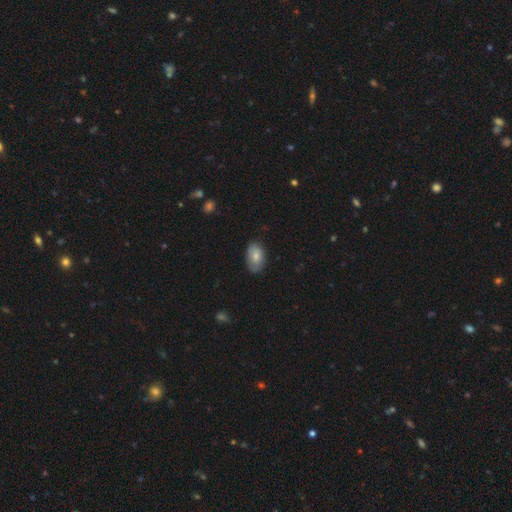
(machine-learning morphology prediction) The model was most divided on "merging": none: 79%, minor disturbance: 17%, major disturbance: 3%, merger: 1%. More confident: how rounded — in between (91%); smooth or featured — smooth (78%).